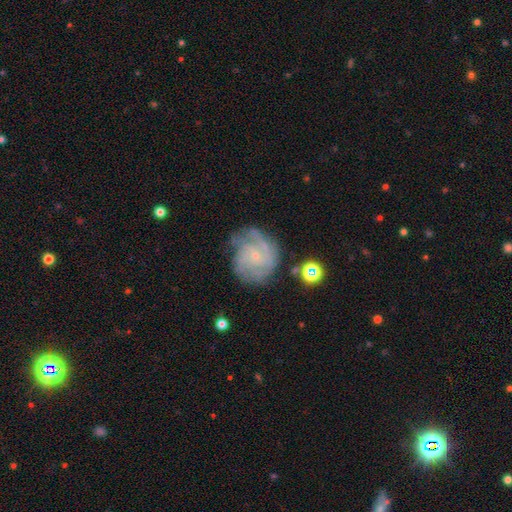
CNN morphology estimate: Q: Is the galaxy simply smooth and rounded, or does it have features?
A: featured or disk — 80%.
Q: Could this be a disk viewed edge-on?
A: no — 98%.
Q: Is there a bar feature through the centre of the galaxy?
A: no — 75%.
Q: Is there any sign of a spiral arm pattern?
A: yes — 94%.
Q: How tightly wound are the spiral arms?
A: tight — 58%.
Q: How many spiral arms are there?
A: can't tell — 29%.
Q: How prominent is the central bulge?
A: small — 85%.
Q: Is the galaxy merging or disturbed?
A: none — 68%.